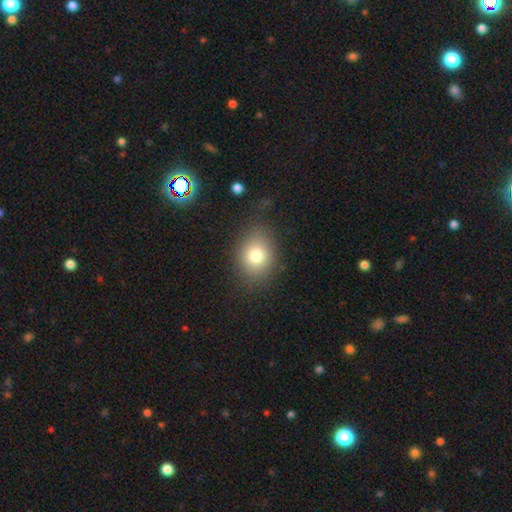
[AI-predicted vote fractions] smooth 78%, star or artifact 11%, featured or disk 10%. Down the decision tree: how rounded — in between (52%); merging — none (79%).